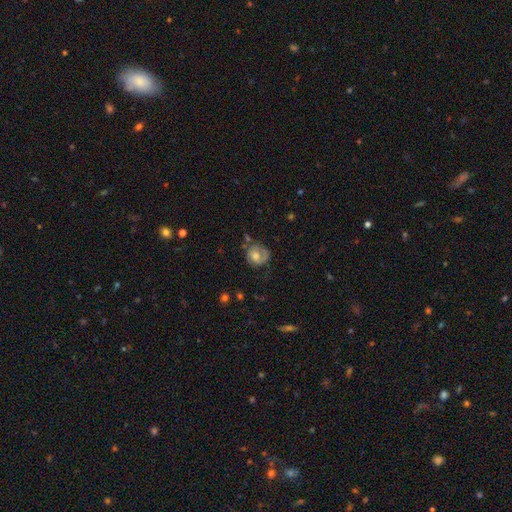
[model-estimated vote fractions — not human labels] Smooth or featured?
  - featured or disk: 49% *
  - smooth: 42%
  - star or artifact: 9%
Merging?
  - none: 56% *
  - minor disturbance: 25%
  - major disturbance: 14%
  - merger: 5%